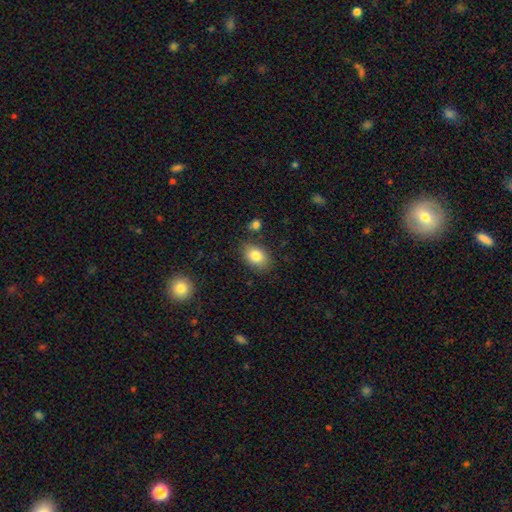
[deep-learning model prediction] Smooth or featured: smooth — 83% (featured or disk — 9%)
How rounded: in between — 83% (round — 16%)
Merging: none — 81% (minor disturbance — 13%)